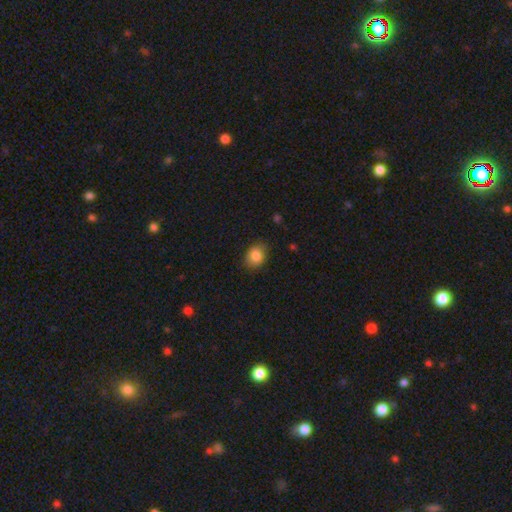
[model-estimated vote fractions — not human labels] This is clearly a smooth galaxy (85%). How rounded: possibly round (57%). Merging: likely none (80%).